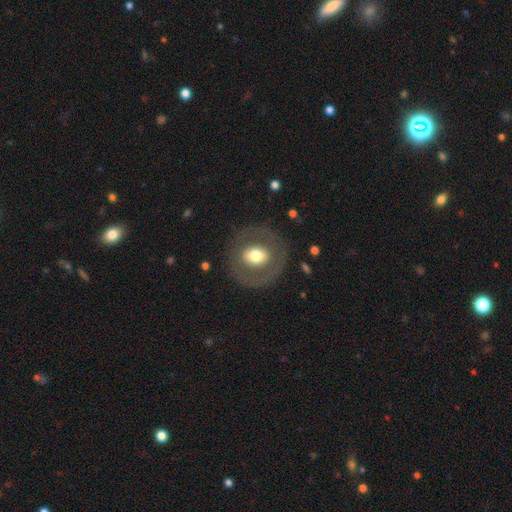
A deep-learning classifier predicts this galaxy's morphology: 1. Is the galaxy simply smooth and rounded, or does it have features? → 47% smooth, 46% featured or disk, 7% star or artifact.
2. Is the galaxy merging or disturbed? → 80% none, 10% minor disturbance, 9% major disturbance, 1% merger.